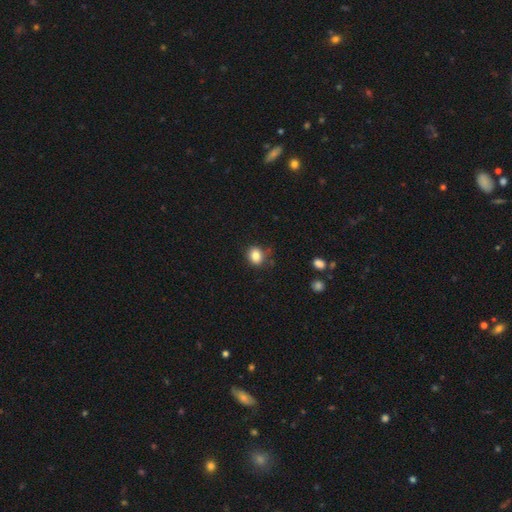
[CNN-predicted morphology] This is clearly a smooth galaxy (84%). How rounded: likely round (66%). Merging: likely none (78%).